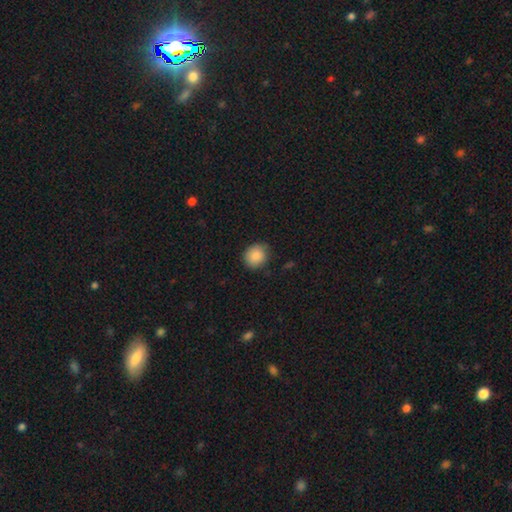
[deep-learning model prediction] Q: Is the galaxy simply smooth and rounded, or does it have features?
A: smooth — 88%.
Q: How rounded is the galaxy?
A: round — 76%.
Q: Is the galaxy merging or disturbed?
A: none — 82%.